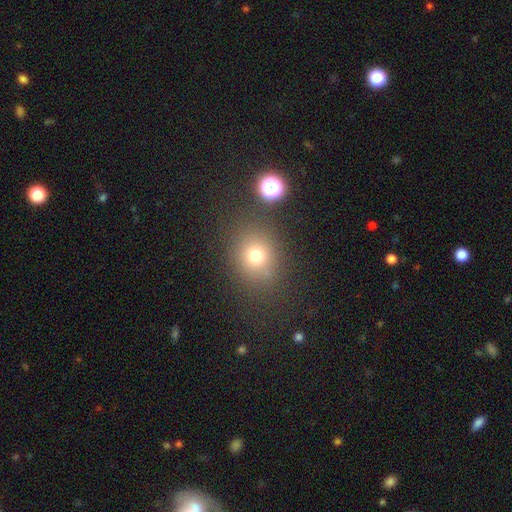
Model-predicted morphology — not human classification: This is likely a smooth galaxy (73%). How rounded: likely round (66%). Merging: likely none (78%).